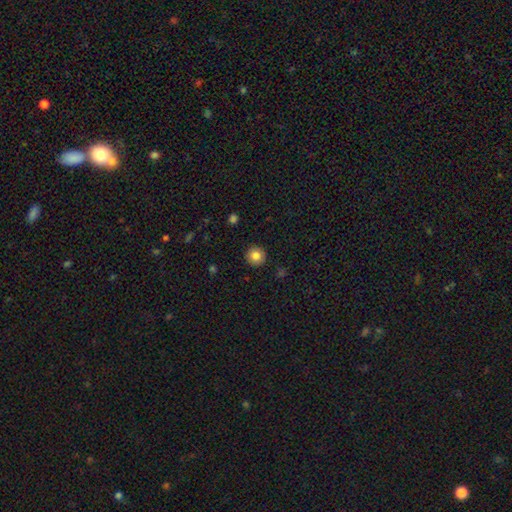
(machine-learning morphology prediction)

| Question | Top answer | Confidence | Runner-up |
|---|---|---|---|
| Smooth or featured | smooth | 83% | star or artifact (10%) |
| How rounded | round | 95% | in between (4%) |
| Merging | none | 92% | minor disturbance (5%) |